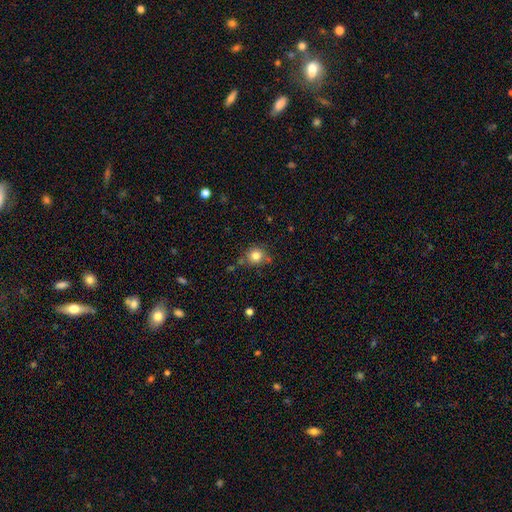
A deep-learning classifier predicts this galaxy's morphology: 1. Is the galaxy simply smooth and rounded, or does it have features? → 82% smooth, 11% star or artifact, 7% featured or disk.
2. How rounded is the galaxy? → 87% round, 12% in between, 1% cigar-shaped.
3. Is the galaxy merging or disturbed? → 71% none, 18% minor disturbance, 7% merger, 5% major disturbance.